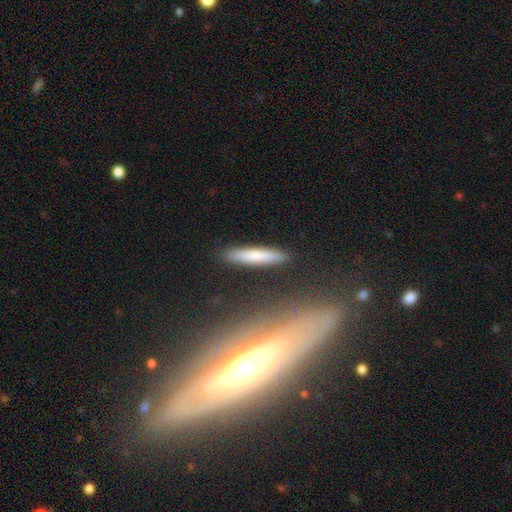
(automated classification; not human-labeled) Smooth or featured: smooth — 72% (featured or disk — 22%)
How rounded: cigar-shaped — 88% (in between — 10%)
Merging: none — 88% (minor disturbance — 8%)